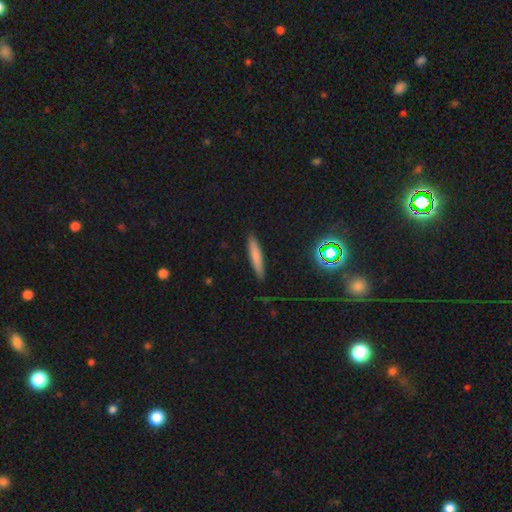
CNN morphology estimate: Overall: smooth (73%). How rounded: cigar-shaped (91%). Merging: none (89%).